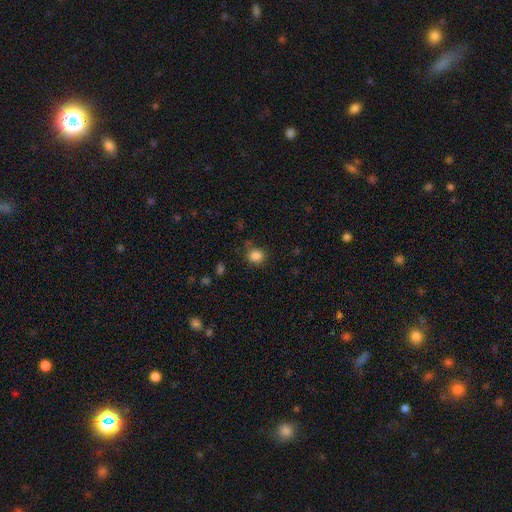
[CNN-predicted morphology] Smooth or featured?
  - smooth: 85% *
  - star or artifact: 11%
  - featured or disk: 4%
How rounded?
  - round: 76% *
  - in between: 23%
  - cigar-shaped: 1%
Merging?
  - none: 79% *
  - minor disturbance: 14%
  - major disturbance: 4%
  - merger: 3%